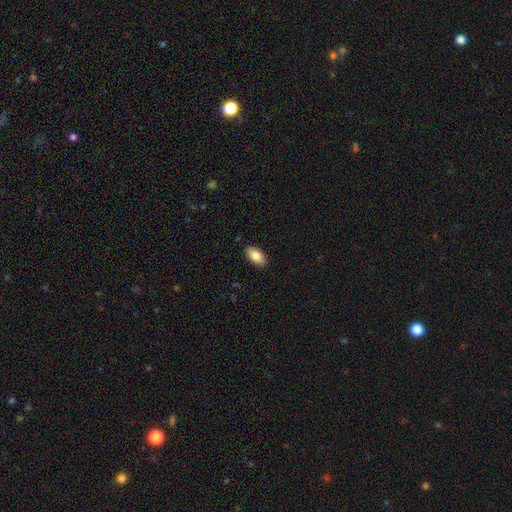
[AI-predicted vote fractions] smooth 84%, featured or disk 9%, star or artifact 7%. Down the decision tree: how rounded — in between (94%); merging — none (89%).